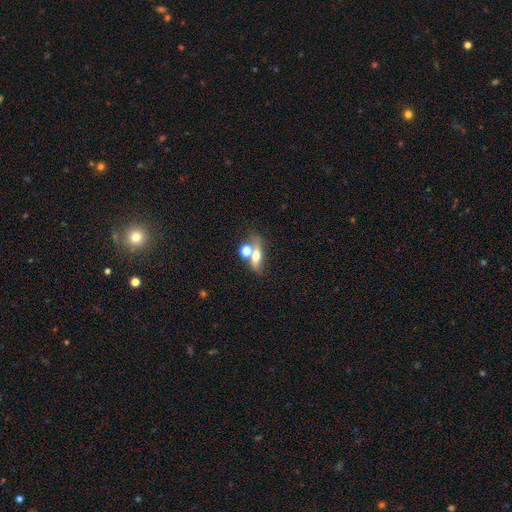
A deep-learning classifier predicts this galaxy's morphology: Smooth or featured?
  - smooth: 56% *
  - featured or disk: 30%
  - star or artifact: 14%
How rounded?
  - in between: 54% *
  - round: 23%
  - cigar-shaped: 23%
Merging?
  - none: 40% * (tied)
  - merger: 40% * (tied)
  - minor disturbance: 12%
  - major disturbance: 9%